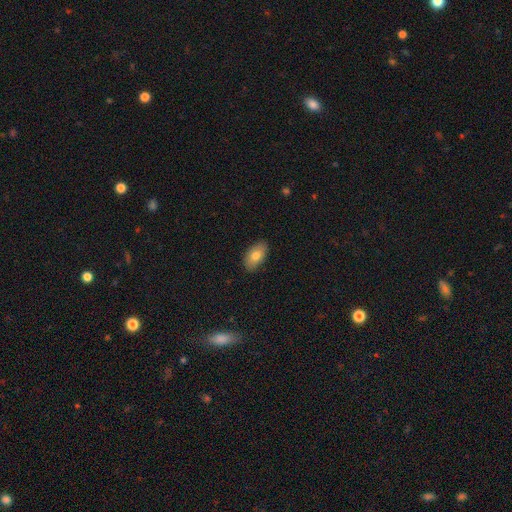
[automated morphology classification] A smooth galaxy with no disk features (77%) that is in between round and cigar-shaped (93%). Merging: none (86%).